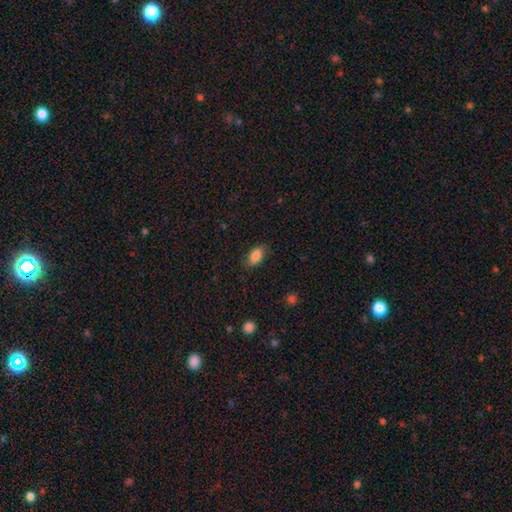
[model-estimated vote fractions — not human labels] This is clearly a smooth galaxy (87%). How rounded: clearly in between (91%). Merging: clearly none (82%).